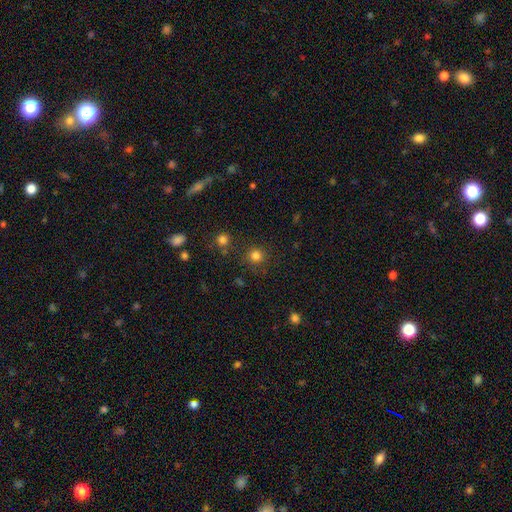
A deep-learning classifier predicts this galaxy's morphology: Q: Smooth or featured?
A: smooth (80%); runner-up: star or artifact (15%)
Q: How rounded?
A: round (93%); runner-up: in between (6%)
Q: Merging?
A: none (85%); runner-up: minor disturbance (8%)